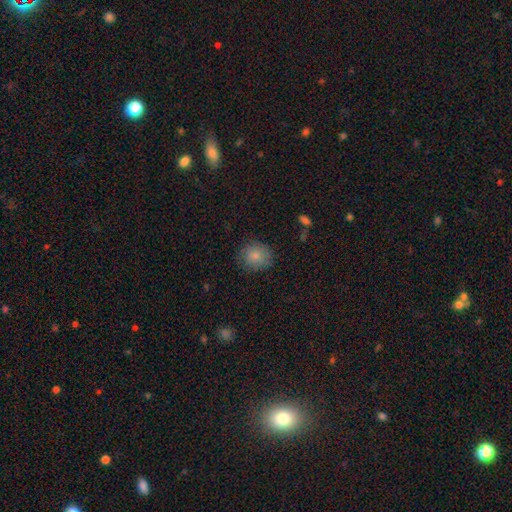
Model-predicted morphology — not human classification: type=smooth (83%); roundness=round (84%); merging=none (81%).